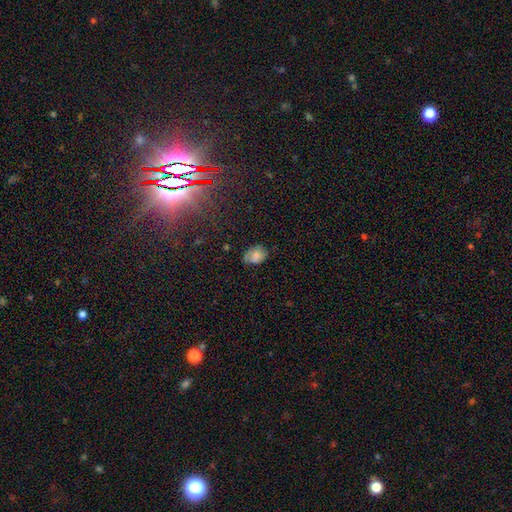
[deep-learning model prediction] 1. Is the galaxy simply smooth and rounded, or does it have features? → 77% smooth, 13% featured or disk, 10% star or artifact.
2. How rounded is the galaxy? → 66% in between, 33% round, 1% cigar-shaped.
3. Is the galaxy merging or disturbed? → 61% none, 30% minor disturbance, 6% major disturbance, 2% merger.